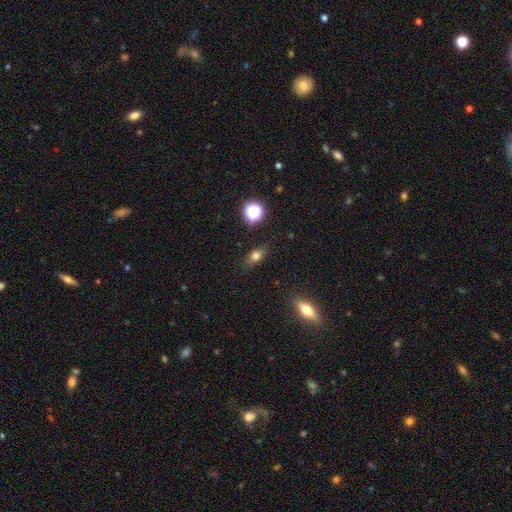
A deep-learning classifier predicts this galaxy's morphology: type=smooth (75%); roundness=in between (73%); merging=none (84%).